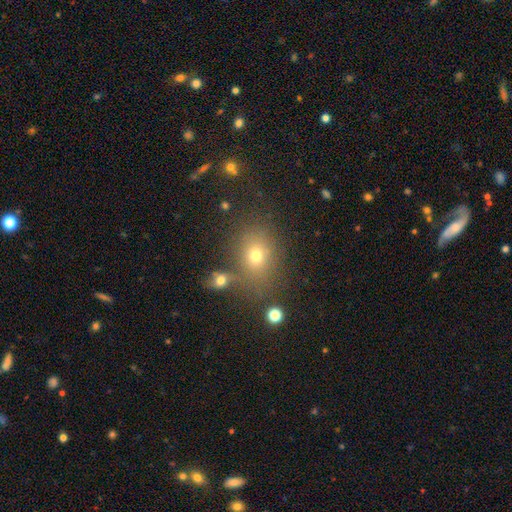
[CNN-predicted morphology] Smooth or featured: smooth — 67% (star or artifact — 20%)
How rounded: in between — 50% (round — 48%)
Merging: none — 70% (minor disturbance — 13%)